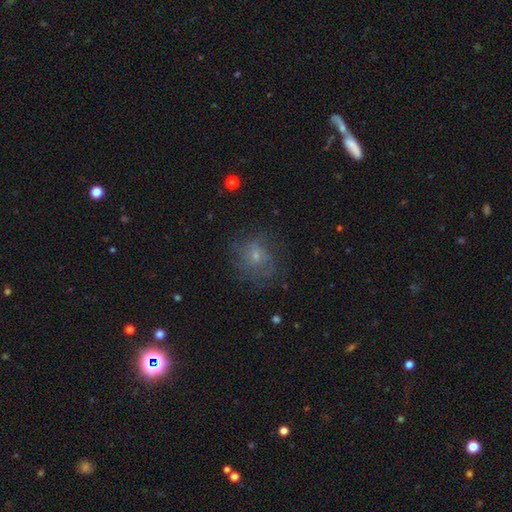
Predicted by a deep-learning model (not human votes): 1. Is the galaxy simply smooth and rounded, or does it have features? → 43% smooth, 41% featured or disk, 16% star or artifact.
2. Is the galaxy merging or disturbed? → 63% none, 19% minor disturbance, 16% major disturbance, 2% merger.